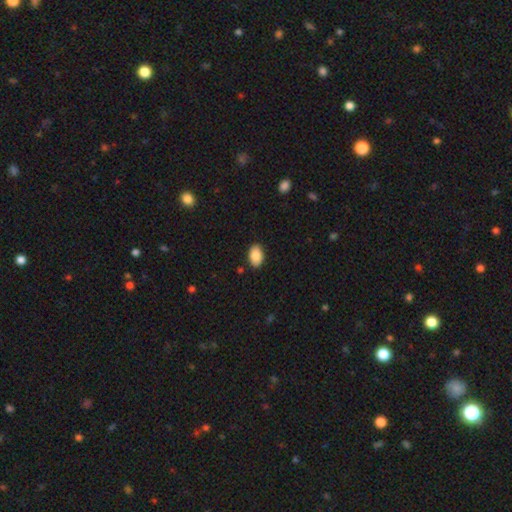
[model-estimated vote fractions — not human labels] This appears to be a smooth galaxy with no disk features (88%) that is in between round and cigar-shaped (92%). Merging: none (88%).